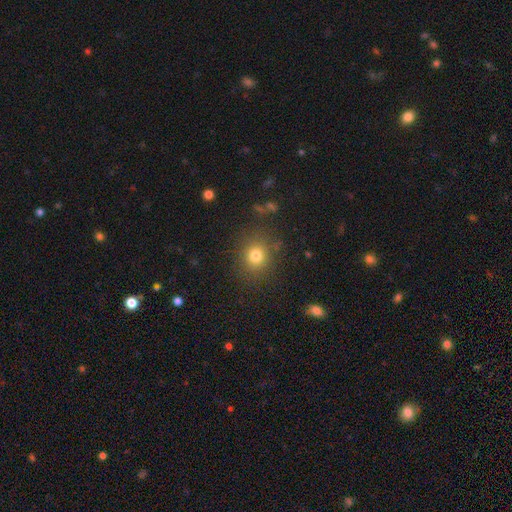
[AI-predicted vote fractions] Smooth or featured? smooth (78%)
How rounded? round (81%)
Merging? none (84%)